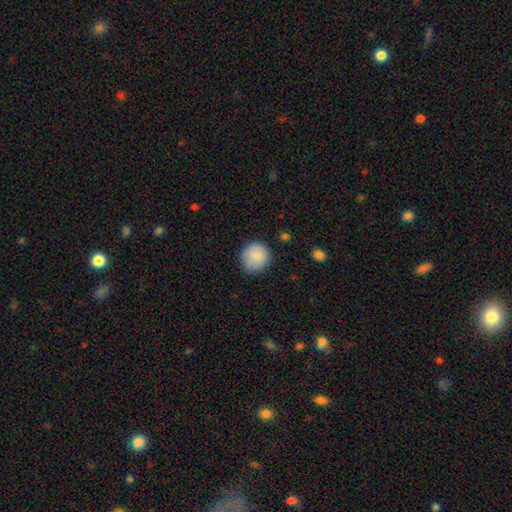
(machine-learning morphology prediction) Smooth or featured? smooth (87%)
How rounded? round (88%)
Merging? none (81%)